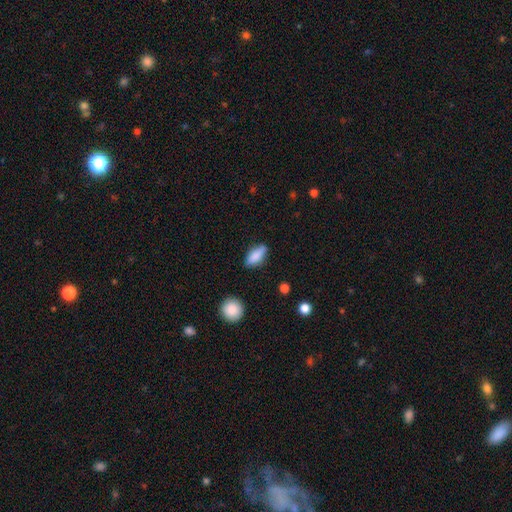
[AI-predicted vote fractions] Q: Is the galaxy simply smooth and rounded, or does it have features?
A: smooth — 82%.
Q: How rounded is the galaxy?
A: in between — 75%.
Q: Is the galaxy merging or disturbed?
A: none — 81%.